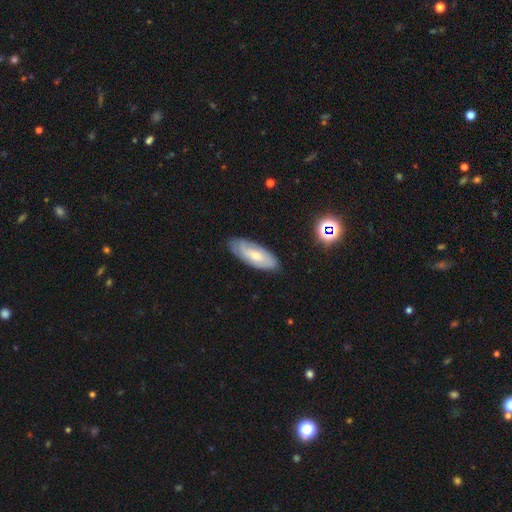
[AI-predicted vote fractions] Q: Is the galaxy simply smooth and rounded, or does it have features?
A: smooth — 48%.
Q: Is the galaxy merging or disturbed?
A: none — 79%.